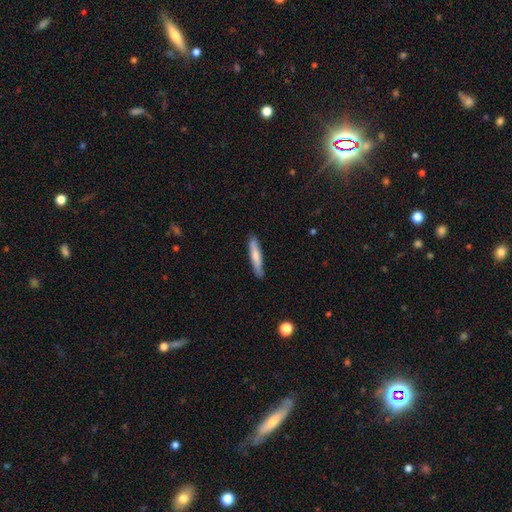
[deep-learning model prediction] A smooth galaxy with no disk features (71%) that is cigar-shaped (90%). Merging: none (86%).